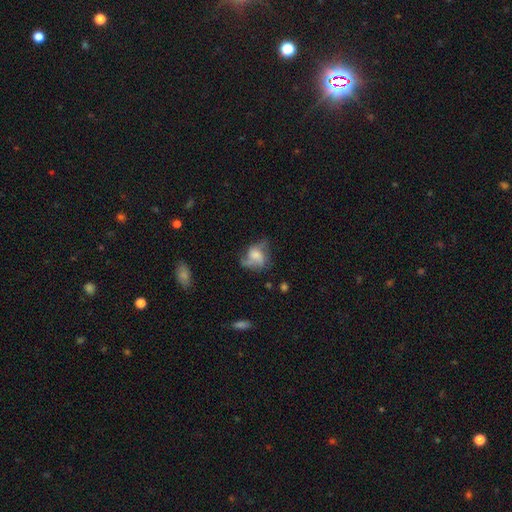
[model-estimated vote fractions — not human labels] Smooth or featured?
  - featured or disk: 51% *
  - smooth: 39%
  - star or artifact: 10%
Edge-on disk?
  - no: 97% *
  - yes: 3%
Merging?
  - none: 40% *
  - major disturbance: 32%
  - minor disturbance: 24%
  - merger: 4%